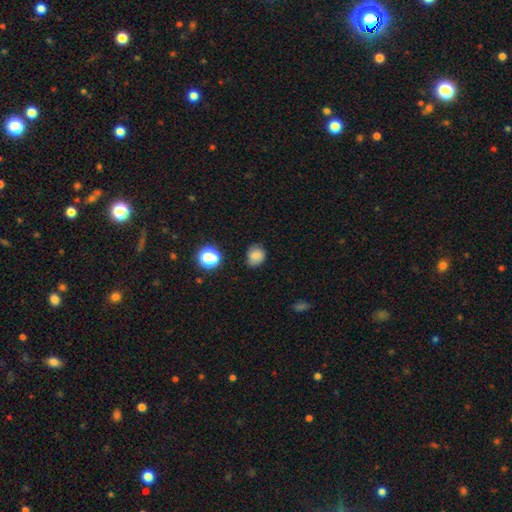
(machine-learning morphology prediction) The model was most divided on "how rounded": round: 73%, in between: 26%, cigar-shaped: 1%. More confident: smooth or featured — smooth (80%); merging — none (72%).